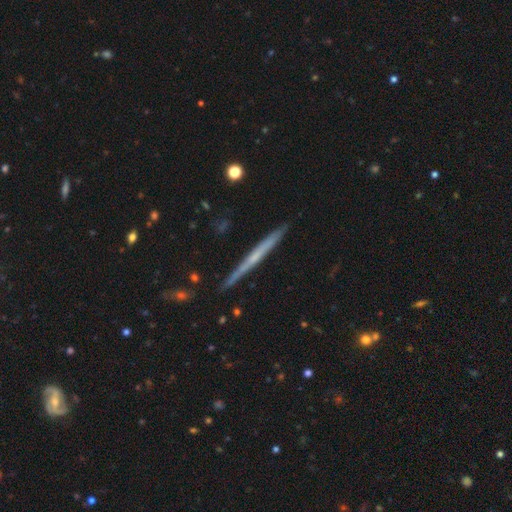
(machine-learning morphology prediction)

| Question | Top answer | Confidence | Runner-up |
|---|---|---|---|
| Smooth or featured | featured or disk | 65% | smooth (29%) |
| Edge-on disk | yes | 98% | no (2%) |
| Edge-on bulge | none | 70% | rounded (25%) |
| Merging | none | 90% | minor disturbance (8%) |